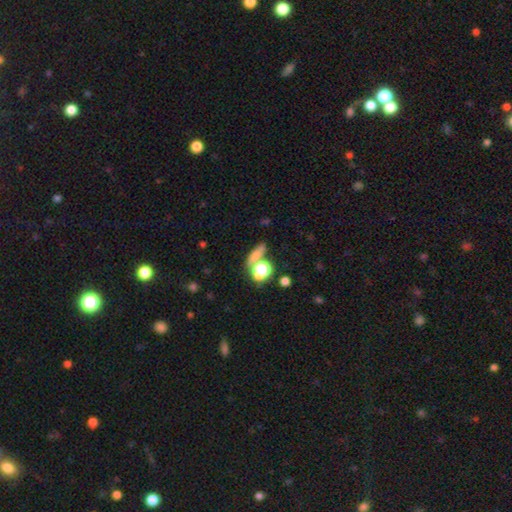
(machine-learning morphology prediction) Smooth or featured?
  - smooth: 60% *
  - star or artifact: 25%
  - featured or disk: 15%
How rounded?
  - round: 40% *
  - in between: 31%
  - cigar-shaped: 30%
Merging?
  - none: 59% *
  - merger: 23%
  - minor disturbance: 11%
  - major disturbance: 7%